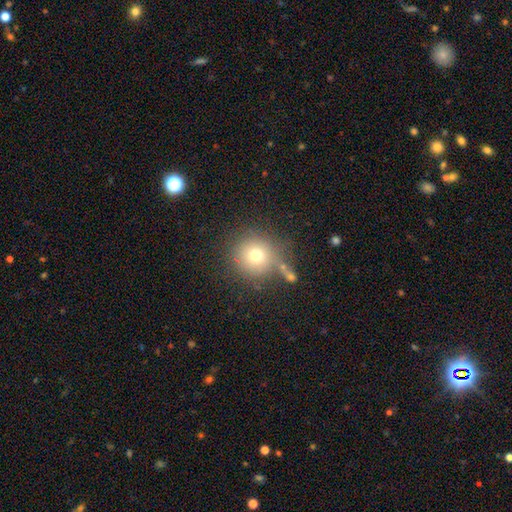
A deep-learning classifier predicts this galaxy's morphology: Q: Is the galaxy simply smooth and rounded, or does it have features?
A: smooth — 73%.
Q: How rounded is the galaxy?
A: round — 94%.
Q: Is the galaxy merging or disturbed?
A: none — 69%.